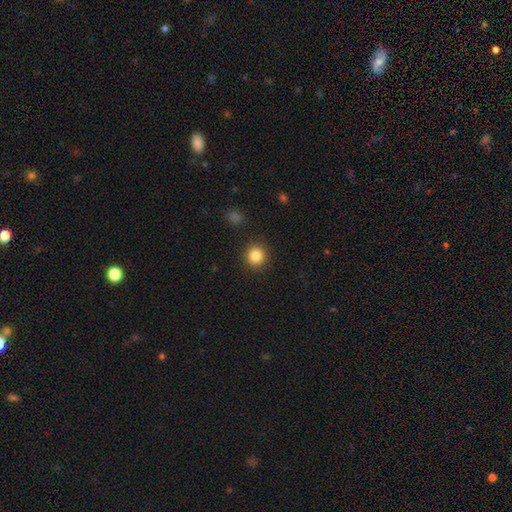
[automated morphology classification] type=smooth (85%); roundness=round (91%); merging=none (90%).